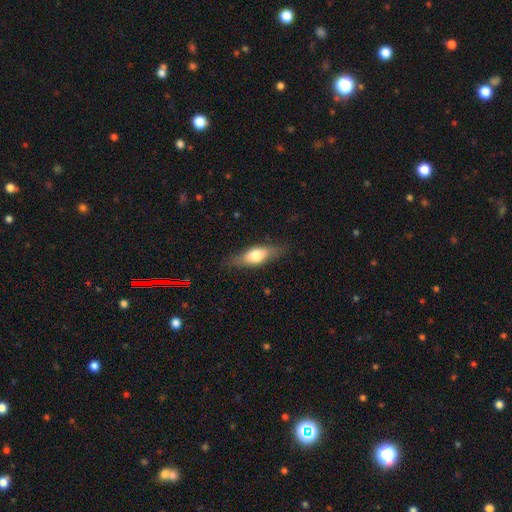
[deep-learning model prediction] Smooth or featured? Predicted: smooth (p=0.58). How rounded? Predicted: in between (p=0.61). Merging? Predicted: none (p=0.80).